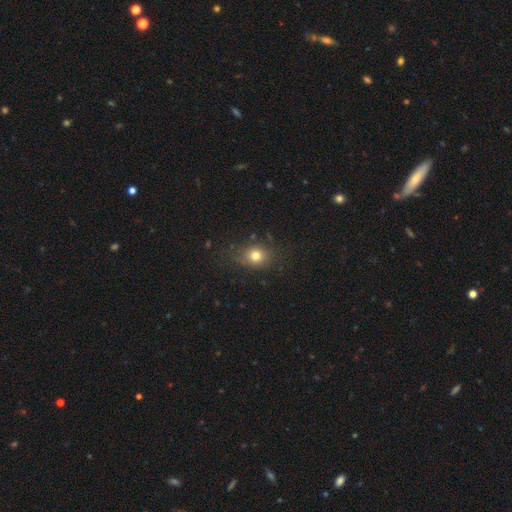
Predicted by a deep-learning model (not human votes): Smooth or featured? smooth (77%)
How rounded? round (62%)
Merging? none (75%)